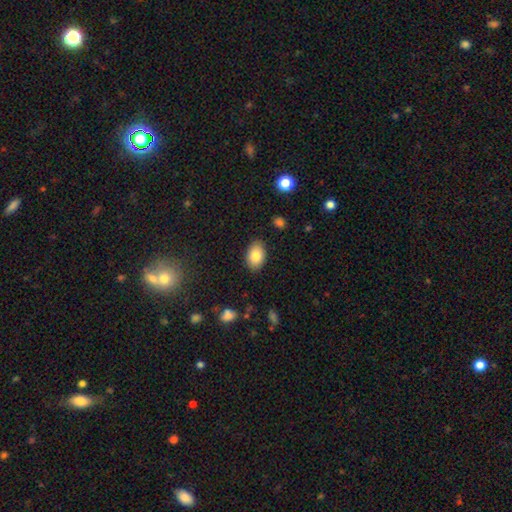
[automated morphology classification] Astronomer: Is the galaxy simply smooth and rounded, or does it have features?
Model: smooth — 83%.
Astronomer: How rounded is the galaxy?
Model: in between — 86%.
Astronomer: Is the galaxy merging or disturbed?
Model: none — 87%.